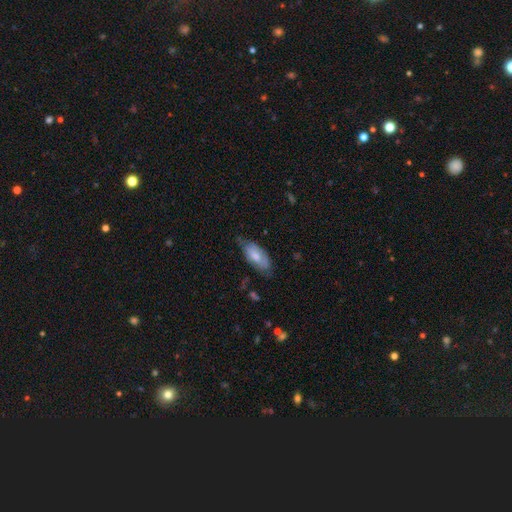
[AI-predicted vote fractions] Smooth or featured? Predicted: smooth (p=0.60). How rounded? Predicted: in between (p=0.87). Merging? Predicted: none (p=0.55).